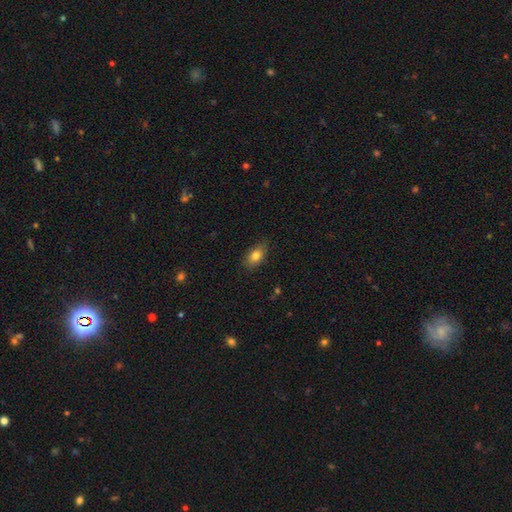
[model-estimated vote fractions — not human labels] smooth_or_featured: smooth (p=0.81) [alt: featured or disk p=0.11]
how_rounded: in between (p=0.85) [alt: round p=0.10]
merging: none (p=0.83) [alt: minor disturbance p=0.14]